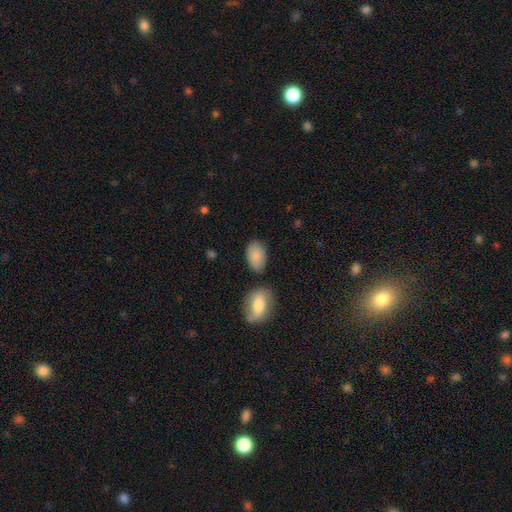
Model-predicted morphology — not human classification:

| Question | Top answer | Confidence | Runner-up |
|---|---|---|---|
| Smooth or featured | smooth | 86% | featured or disk (8%) |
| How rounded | in between | 93% | round (6%) |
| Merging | none | 74% | minor disturbance (15%) |